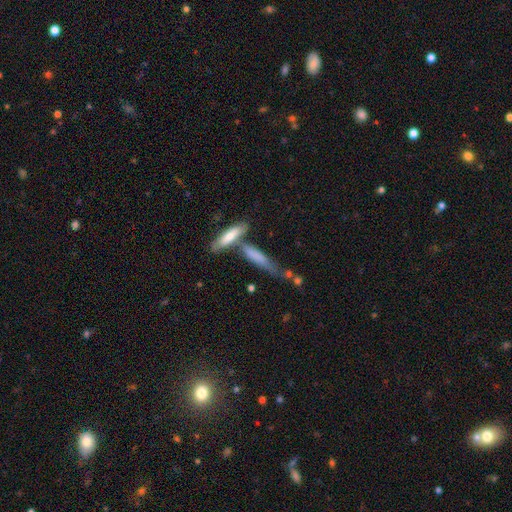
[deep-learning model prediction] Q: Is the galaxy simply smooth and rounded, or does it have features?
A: smooth — 68%.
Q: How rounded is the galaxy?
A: cigar-shaped — 78%.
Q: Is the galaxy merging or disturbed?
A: none — 44%.